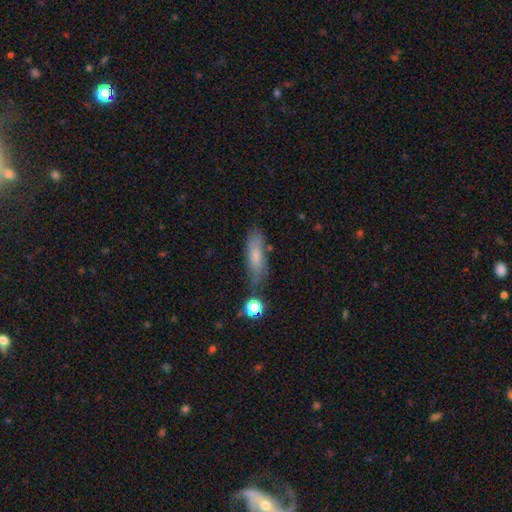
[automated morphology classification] Smooth or featured? smooth (71%)
How rounded? cigar-shaped (50%)
Merging? none (65%)